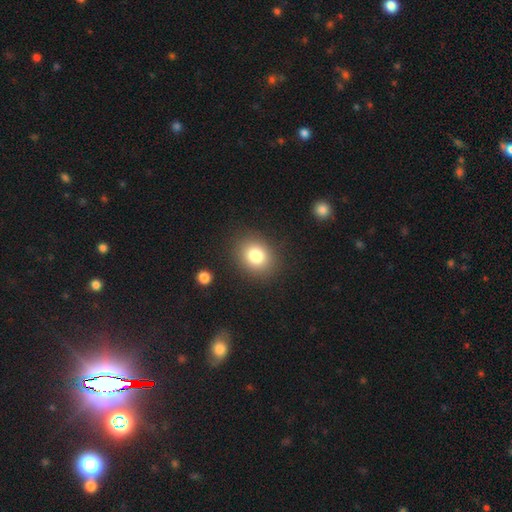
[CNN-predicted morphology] A smooth galaxy with no disk features (80%) that is round (59%). Merging: none (87%).